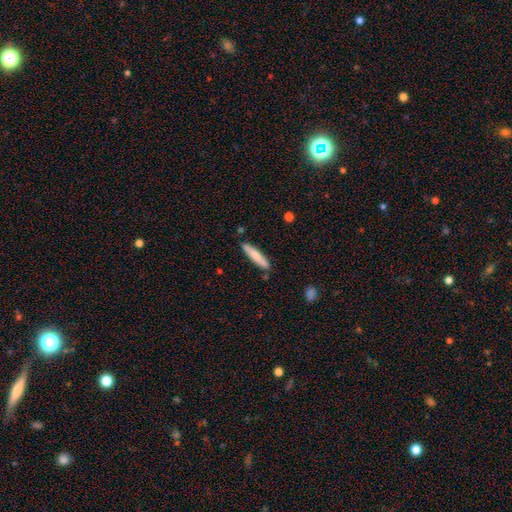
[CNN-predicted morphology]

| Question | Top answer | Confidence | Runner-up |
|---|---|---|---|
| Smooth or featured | smooth | 75% | featured or disk (19%) |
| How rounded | cigar-shaped | 88% | in between (10%) |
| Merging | none | 84% | minor disturbance (11%) |